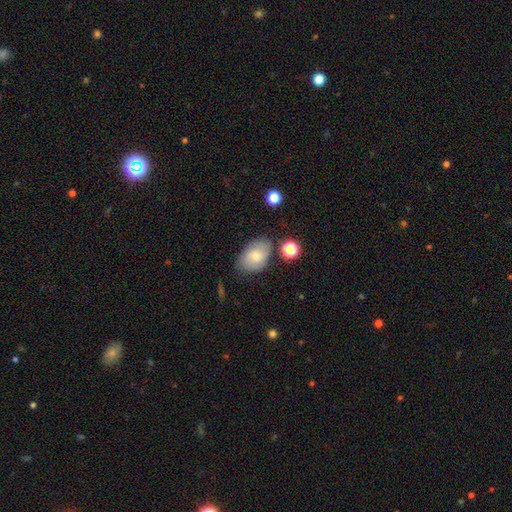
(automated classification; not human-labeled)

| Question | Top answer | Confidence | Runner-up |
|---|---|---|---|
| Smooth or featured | smooth | 68% | featured or disk (24%) |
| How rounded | in between | 87% | round (12%) |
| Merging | none | 72% | minor disturbance (18%) |